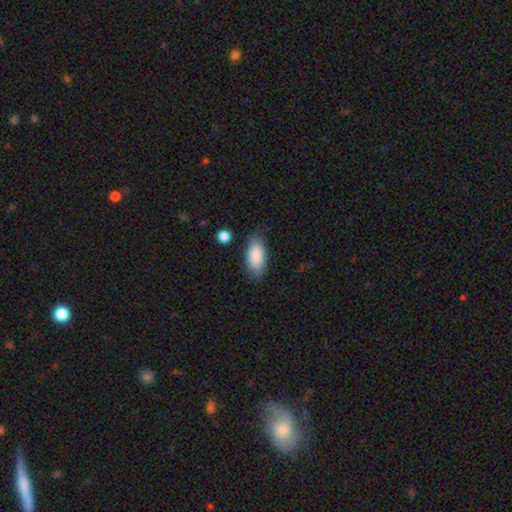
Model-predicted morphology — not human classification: smooth-or-featured: smooth: 88% | star or artifact: 6% | featured or disk: 6%
  how-rounded: in between: 88% | cigar-shaped: 9% | round: 2%
  merging: none: 76% | minor disturbance: 17% | major disturbance: 4% | merger: 2%